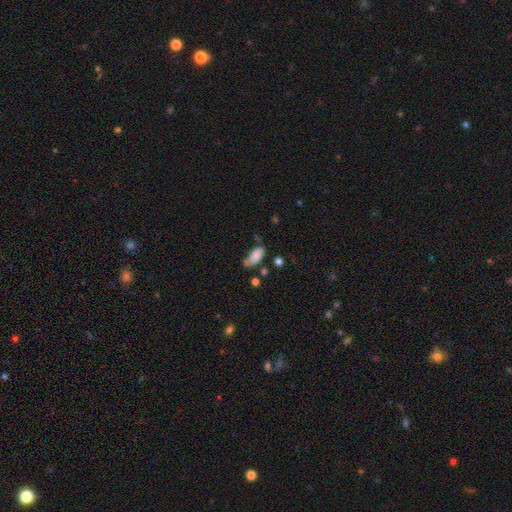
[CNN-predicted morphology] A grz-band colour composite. It shows a smooth galaxy with no disk features (83%) that is in between round and cigar-shaped (90%). Merging: none (44%).